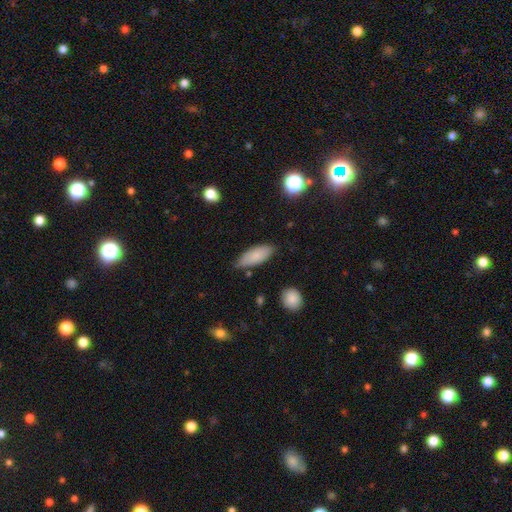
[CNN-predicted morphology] Smooth or featured?
  - smooth: 82% *
  - featured or disk: 12%
  - star or artifact: 7%
How rounded?
  - in between: 76% *
  - cigar-shaped: 22%
  - round: 2%
Merging?
  - none: 73% *
  - minor disturbance: 21%
  - major disturbance: 3%
  - merger: 2%